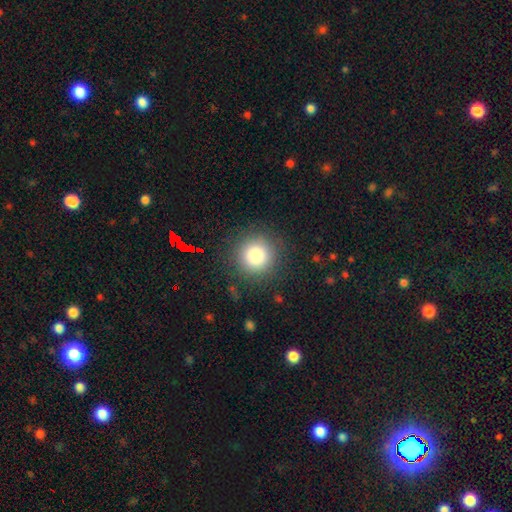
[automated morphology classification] Smooth or featured? Predicted: smooth (p=0.83). How rounded? Predicted: round (p=0.95). Merging? Predicted: none (p=0.88).